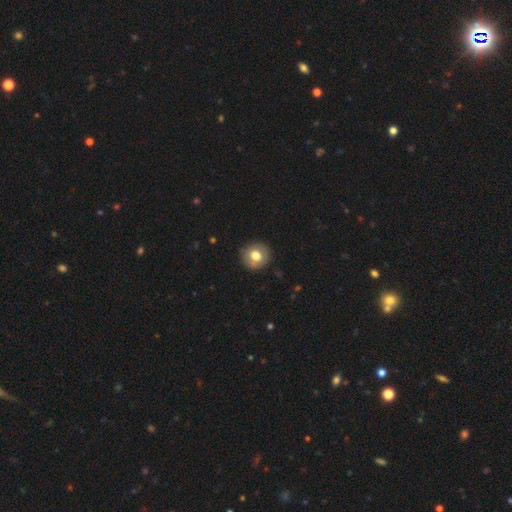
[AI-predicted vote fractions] A smooth galaxy with no disk features (74%) that is round (88%). Merging: none (87%).